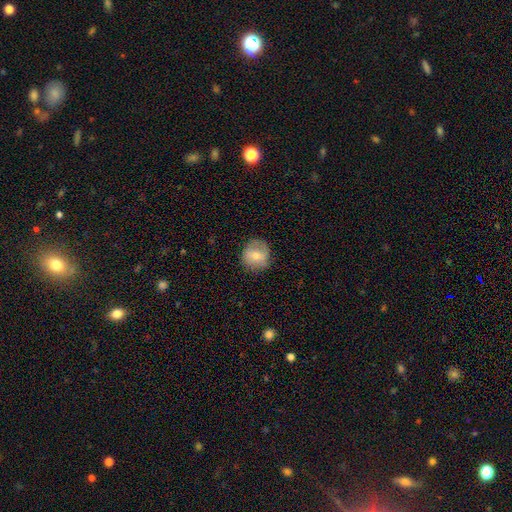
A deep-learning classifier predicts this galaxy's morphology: type=smooth (51%); roundness=round (88%); merging=none (78%).